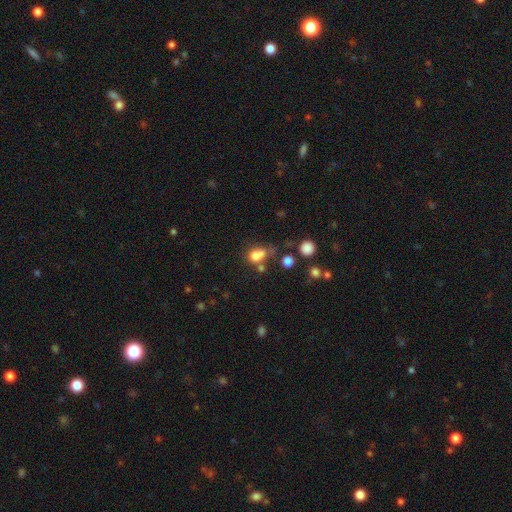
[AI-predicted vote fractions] Smooth or featured?
  - smooth: 75% *
  - star or artifact: 14%
  - featured or disk: 12%
How rounded?
  - in between: 55% *
  - round: 43%
  - cigar-shaped: 2%
Merging?
  - none: 37% *
  - merger: 29%
  - minor disturbance: 20%
  - major disturbance: 14%